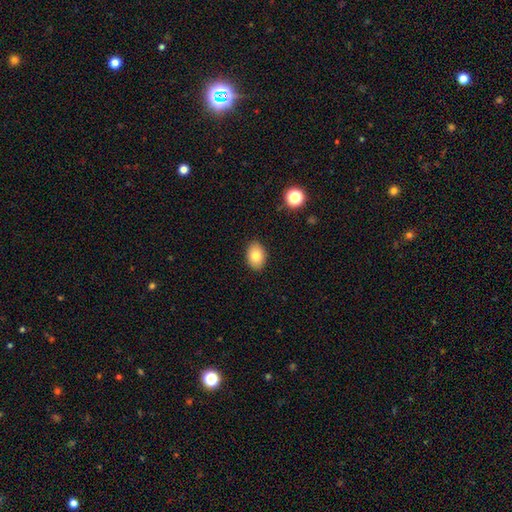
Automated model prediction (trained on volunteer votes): Overall: smooth (80%). How rounded: in between (79%). Merging: none (89%).